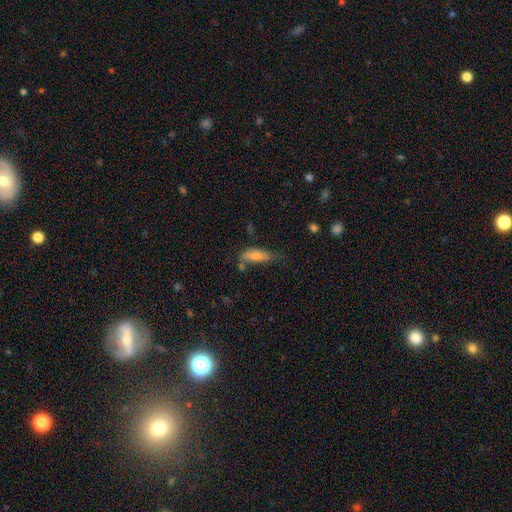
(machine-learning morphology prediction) smooth-or-featured: smooth: 76% | featured or disk: 17% | star or artifact: 8%
  how-rounded: in between: 62% | cigar-shaped: 36% | round: 2%
  merging: none: 45% | minor disturbance: 31% | major disturbance: 12% | merger: 12%